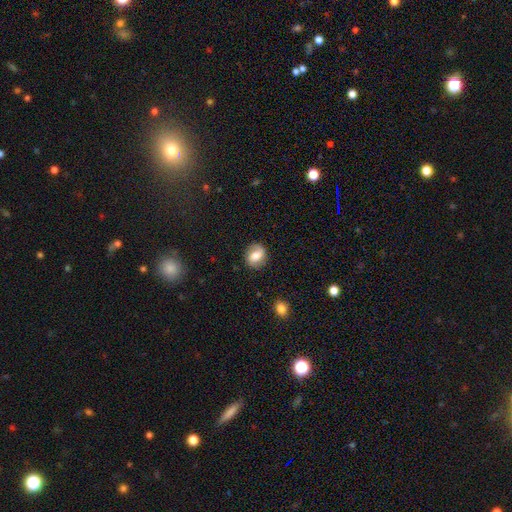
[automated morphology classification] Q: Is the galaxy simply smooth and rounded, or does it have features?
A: smooth — 53%.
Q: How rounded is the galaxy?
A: round — 64%.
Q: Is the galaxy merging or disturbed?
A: none — 80%.